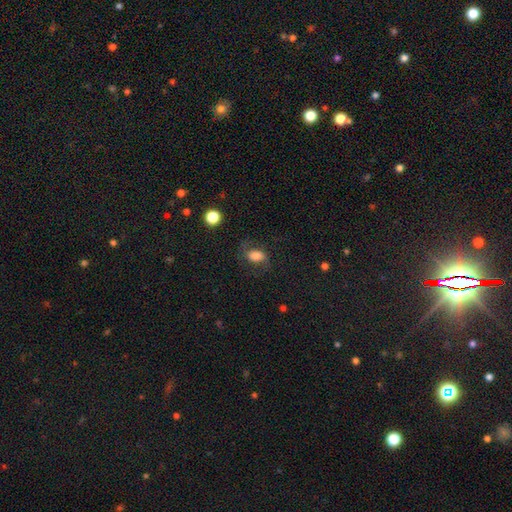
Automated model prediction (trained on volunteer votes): This appears to be a smooth galaxy with no disk features (60%) that is in between round and cigar-shaped (77%). Merging: none (62%).